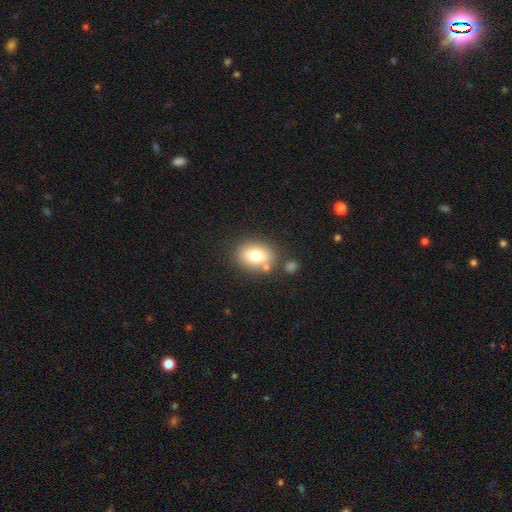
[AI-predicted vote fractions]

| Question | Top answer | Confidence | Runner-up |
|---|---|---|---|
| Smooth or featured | smooth | 78% | featured or disk (13%) |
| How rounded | in between | 69% | round (30%) |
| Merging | none | 73% | minor disturbance (13%) |